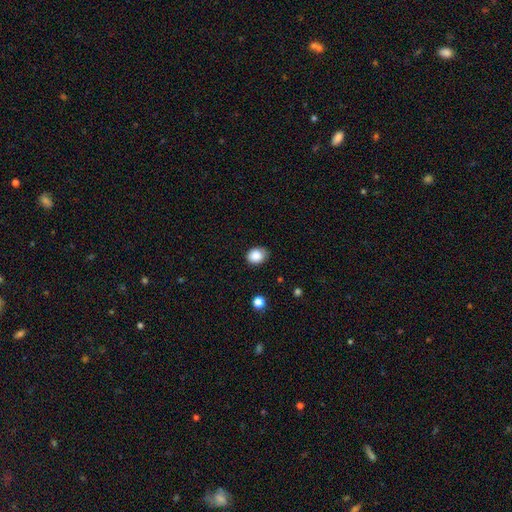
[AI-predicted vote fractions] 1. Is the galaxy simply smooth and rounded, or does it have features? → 87% smooth, 9% star or artifact, 4% featured or disk.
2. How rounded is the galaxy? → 55% round, 44% in between, 1% cigar-shaped.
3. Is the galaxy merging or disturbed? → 74% none, 20% minor disturbance, 4% major disturbance, 1% merger.